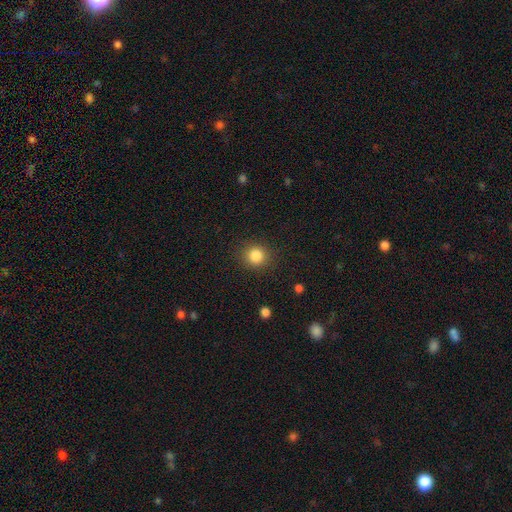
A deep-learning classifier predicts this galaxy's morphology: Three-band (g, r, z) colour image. It shows a smooth galaxy with no disk features (84%) that is round (86%). Merging: none (88%).